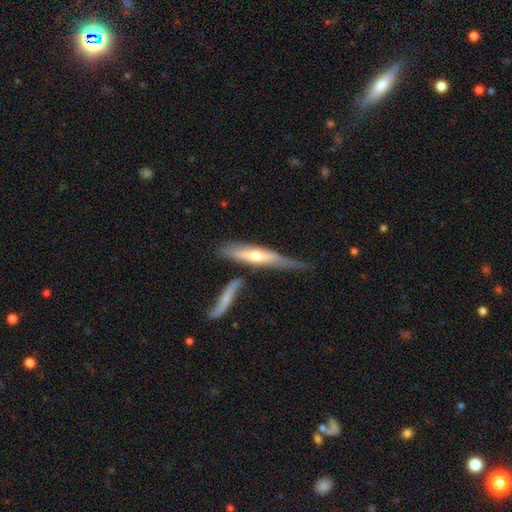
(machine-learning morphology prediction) smooth_or_featured: featured or disk (p=0.59) [alt: smooth p=0.35]
disk_edge_on: yes (p=0.83) [alt: no p=0.17]
merging: none (p=0.43) [alt: minor disturbance p=0.27]